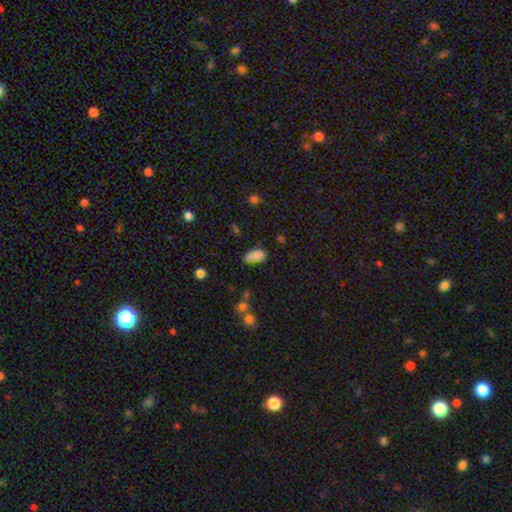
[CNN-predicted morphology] Smooth or featured? Predicted: smooth (p=0.82). How rounded? Predicted: in between (p=0.89). Merging? Predicted: none (p=0.45).